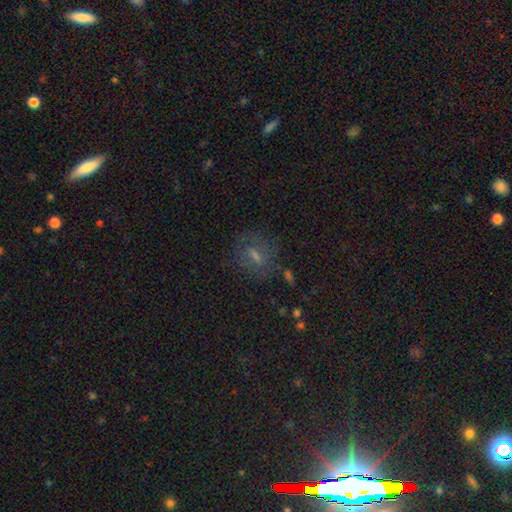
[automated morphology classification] This is marginally a smooth galaxy (43%). Merging: likely none (70%).